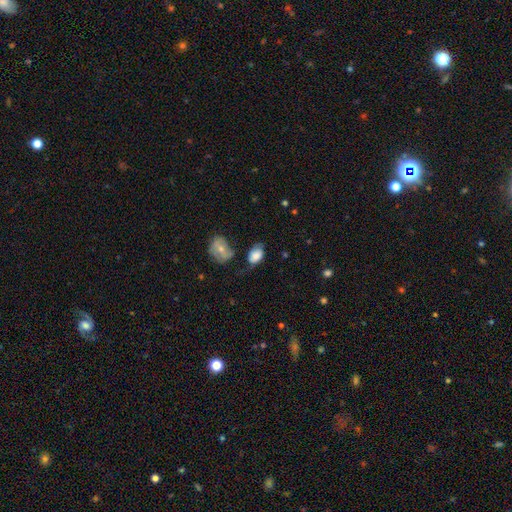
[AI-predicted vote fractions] Morphology: type=smooth (73%); roundness=in between (85%); merging=none (41%).